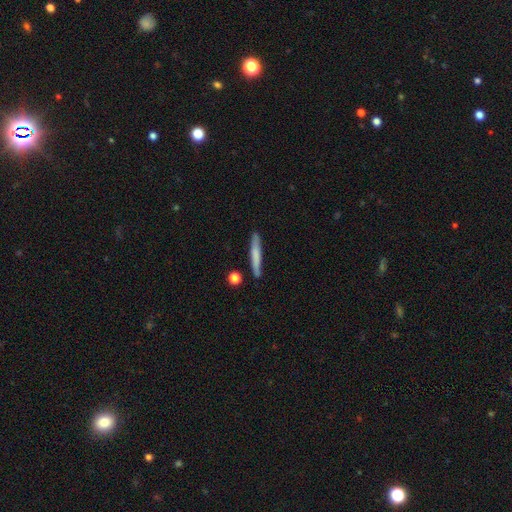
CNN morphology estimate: smooth-or-featured: smooth: 67% | featured or disk: 27% | star or artifact: 6%
  how-rounded: cigar-shaped: 95% | in between: 4% | round: 2%
  merging: none: 86% | minor disturbance: 10% | merger: 3% | major disturbance: 2%